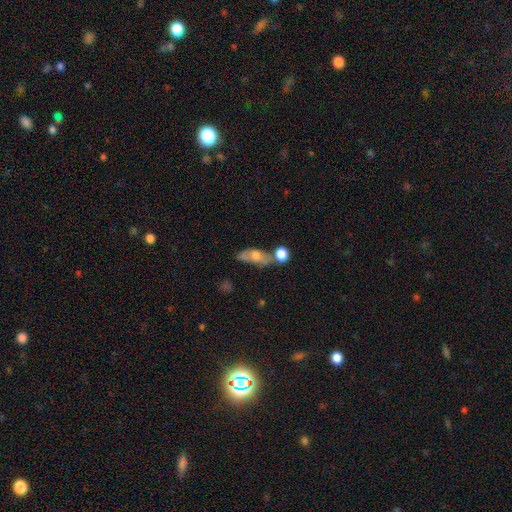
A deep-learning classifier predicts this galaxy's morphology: A featured or disk galaxy (45%).

Vote fractions:
- Smooth or featured? featured or disk: 45% / smooth: 42% / star or artifact: 13%
- Merging? none: 53% / merger: 22% / minor disturbance: 17% / major disturbance: 8%